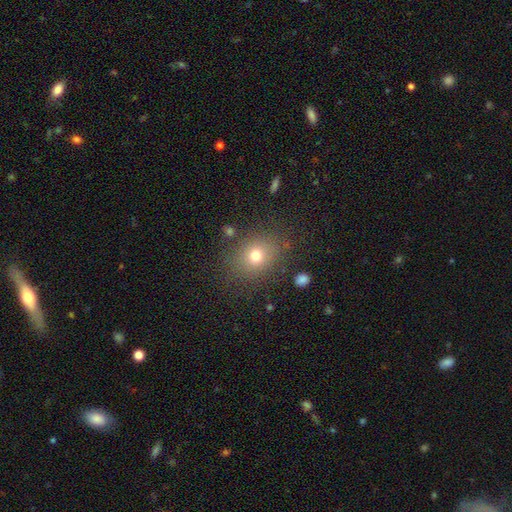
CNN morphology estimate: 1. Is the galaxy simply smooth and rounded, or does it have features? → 72% smooth, 16% star or artifact, 12% featured or disk.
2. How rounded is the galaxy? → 58% round, 41% in between, 1% cigar-shaped.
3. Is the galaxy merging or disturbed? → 80% none, 12% minor disturbance, 6% major disturbance, 2% merger.